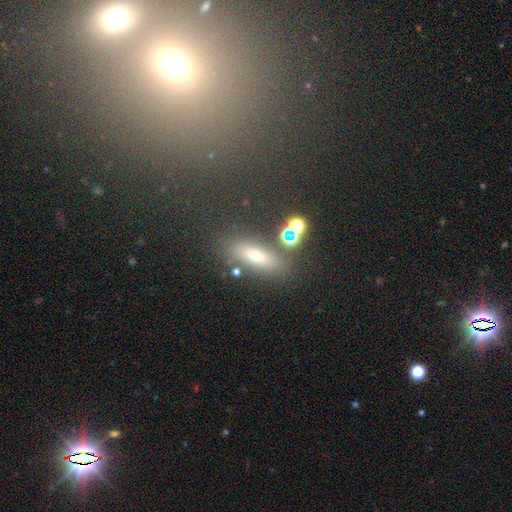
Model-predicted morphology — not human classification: This appears to be a smooth galaxy with no disk features (63%) that is in between round and cigar-shaped (53%). Merging: none (76%).